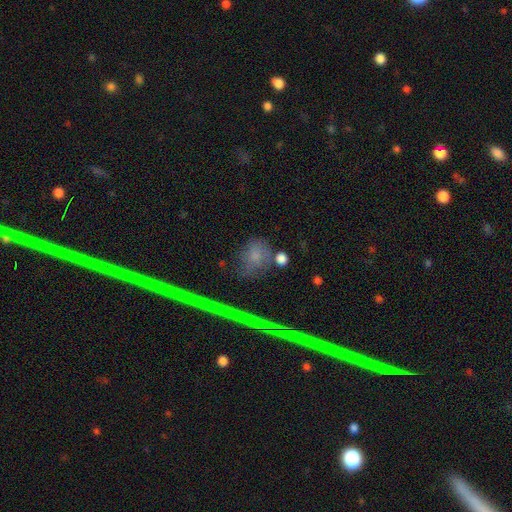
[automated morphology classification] Smooth or featured: smooth — 67% (featured or disk — 18%)
How rounded: round — 62% (in between — 34%)
Merging: none — 58% (minor disturbance — 20%)